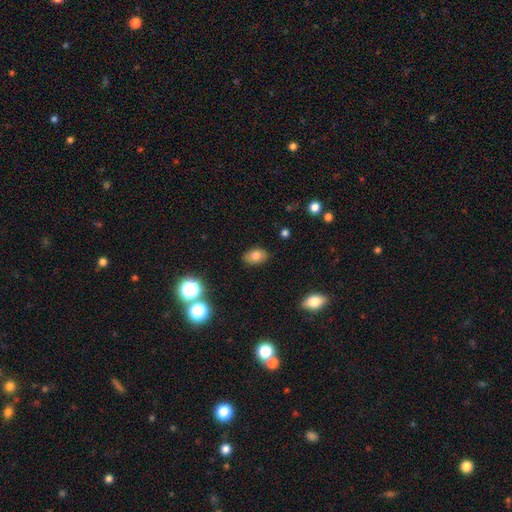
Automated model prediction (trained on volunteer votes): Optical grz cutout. It shows a smooth galaxy with no disk features (76%) that is in between round and cigar-shaped (85%). Merging: none (84%).